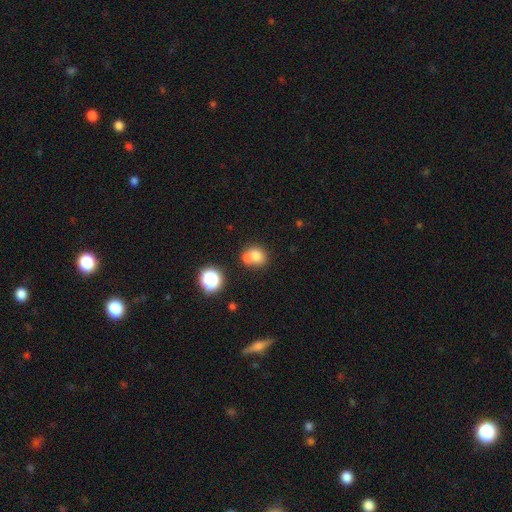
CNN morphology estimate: Q: Smooth or featured?
A: smooth (74%); runner-up: star or artifact (13%)
Q: How rounded?
A: round (69%); runner-up: in between (30%)
Q: Merging?
A: merger (46%); runner-up: none (42%)